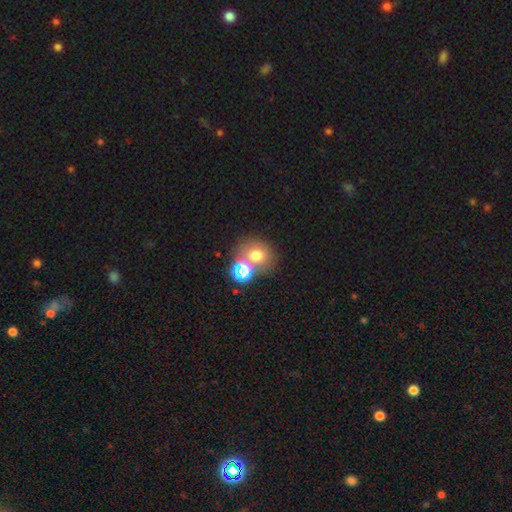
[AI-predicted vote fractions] smooth-or-featured: smooth: 66% | star or artifact: 20% | featured or disk: 13%
  how-rounded: round: 66% | in between: 33% | cigar-shaped: 1%
  merging: none: 51% | merger: 34% | minor disturbance: 10% | major disturbance: 5%